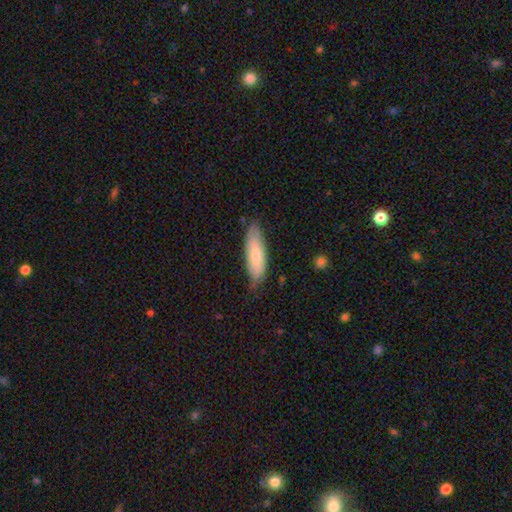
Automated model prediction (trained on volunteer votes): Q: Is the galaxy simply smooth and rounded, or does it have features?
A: smooth — 75%.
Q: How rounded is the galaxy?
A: in between — 50%.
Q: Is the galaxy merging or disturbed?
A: none — 74%.